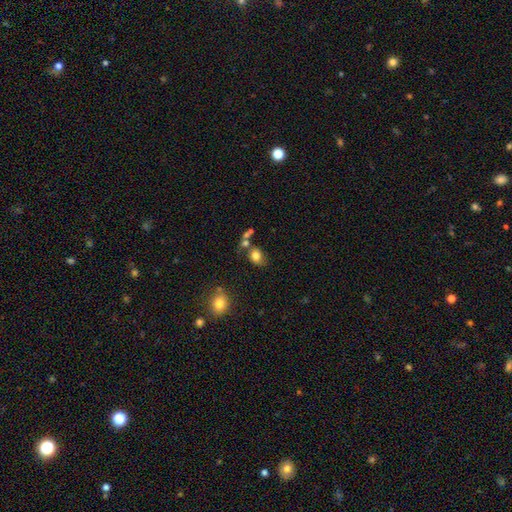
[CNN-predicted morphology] A smooth galaxy with no disk features (79%) that is in between round and cigar-shaped (52%). Merging: none (56%).